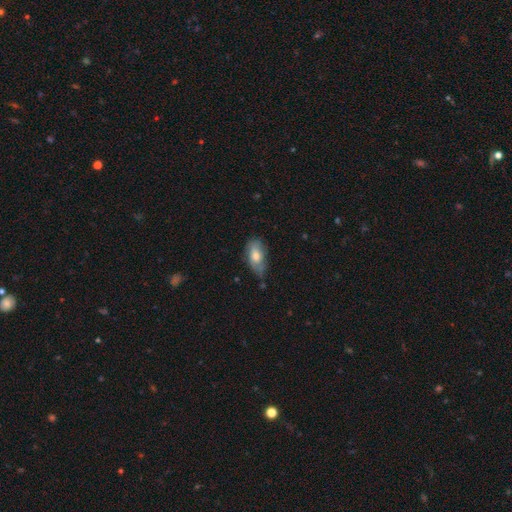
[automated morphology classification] Q: Smooth or featured?
A: smooth (62%); runner-up: featured or disk (31%)
Q: How rounded?
A: in between (90%); runner-up: round (5%)
Q: Merging?
A: none (54%); runner-up: minor disturbance (35%)